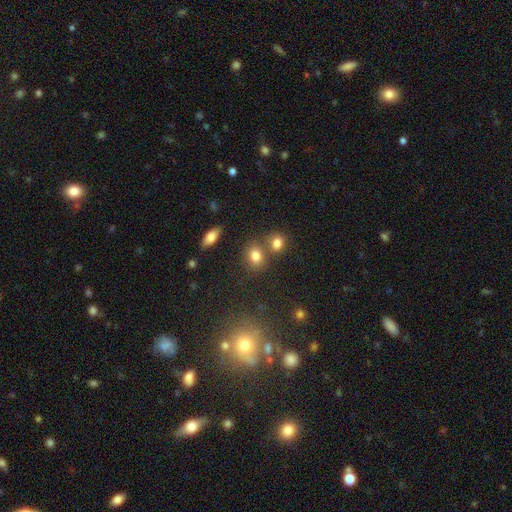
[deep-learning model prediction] smooth-or-featured: smooth: 79% | star or artifact: 12% | featured or disk: 8%
  how-rounded: in between: 51% | round: 48% | cigar-shaped: 2%
  merging: none: 60% | merger: 24% | minor disturbance: 12% | major disturbance: 4%